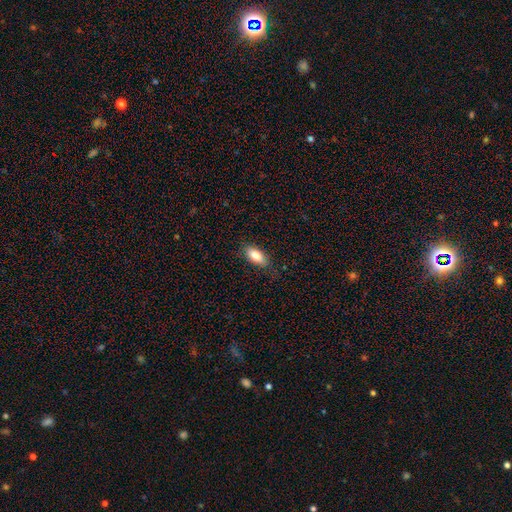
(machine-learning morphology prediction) smooth-or-featured: smooth: 83% | featured or disk: 10% | star or artifact: 7%
  how-rounded: in between: 86% | cigar-shaped: 11% | round: 3%
  merging: none: 82% | minor disturbance: 14% | major disturbance: 3% | merger: 1%